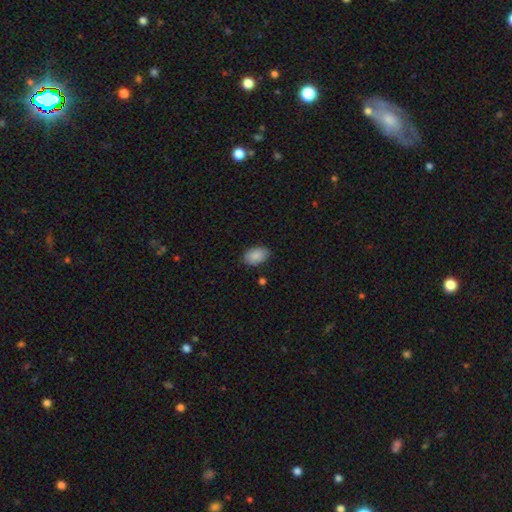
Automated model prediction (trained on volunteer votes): This is clearly a smooth galaxy (89%). How rounded: clearly in between (92%). Merging: clearly none (85%).